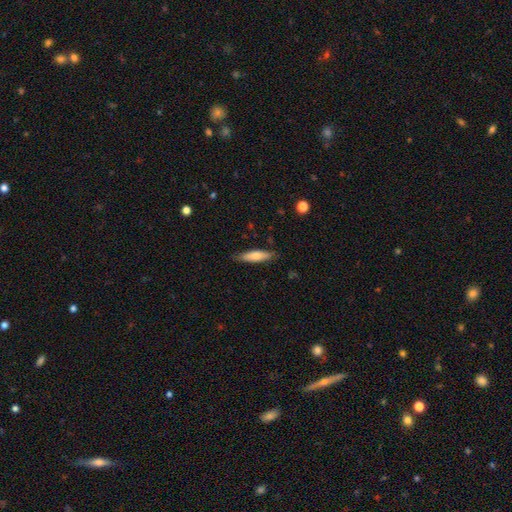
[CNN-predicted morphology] This appears to be a smooth galaxy with no disk features (68%) that is cigar-shaped (71%). Merging: none (82%).